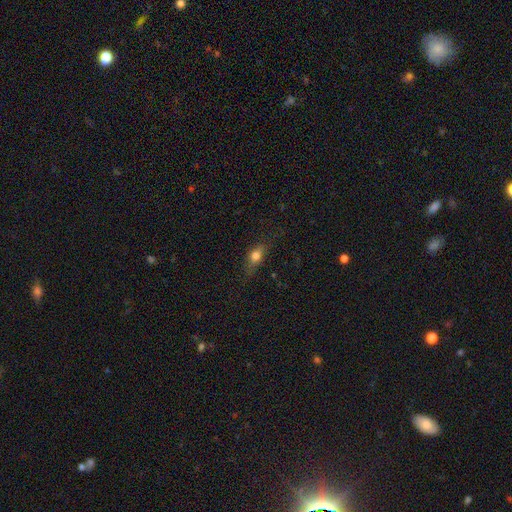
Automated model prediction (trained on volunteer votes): smooth_or_featured: smooth (p=0.69) [alt: featured or disk p=0.21]
how_rounded: in between (p=0.68) [alt: cigar-shaped p=0.19]
merging: none (p=0.71) [alt: minor disturbance p=0.21]